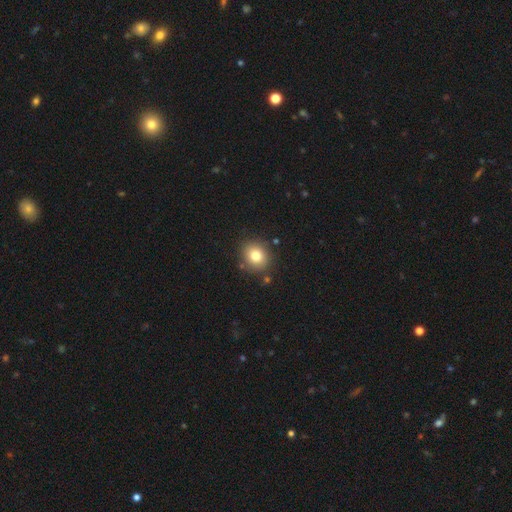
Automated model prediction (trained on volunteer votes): The model was most divided on "how rounded": round: 75%, in between: 24%, cigar-shaped: 1%. More confident: merging — none (85%); smooth or featured — smooth (81%).